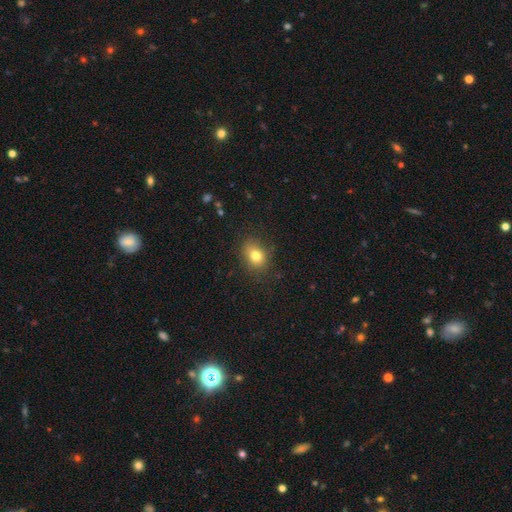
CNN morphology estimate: smooth-or-featured: smooth: 79% | star or artifact: 12% | featured or disk: 9%
  how-rounded: in between: 53% | round: 46% | cigar-shaped: 1%
  merging: none: 80% | minor disturbance: 14% | major disturbance: 5% | merger: 1%